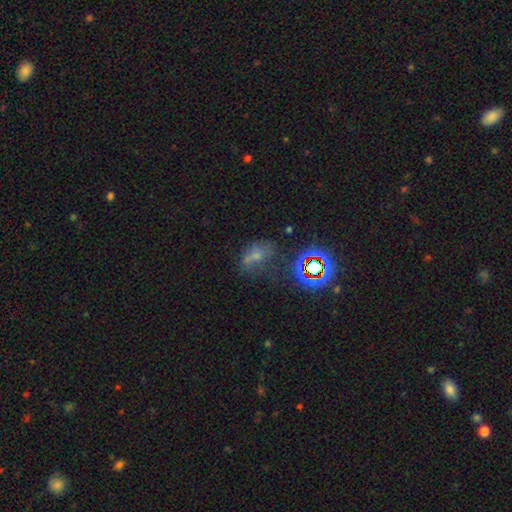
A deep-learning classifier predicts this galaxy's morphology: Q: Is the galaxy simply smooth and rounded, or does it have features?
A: smooth — 45%.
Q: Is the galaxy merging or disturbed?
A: none — 42%.